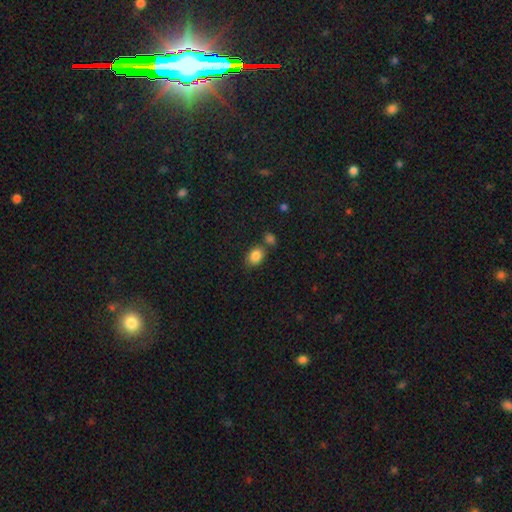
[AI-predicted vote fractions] Smooth or featured? smooth (85%)
How rounded? in between (60%)
Merging? none (64%)